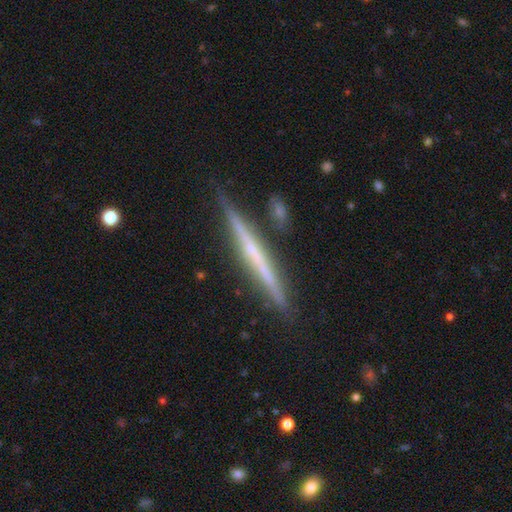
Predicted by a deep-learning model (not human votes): Smooth or featured? Predicted: featured or disk (p=0.70). Edge-on disk? Predicted: yes (p=0.97). Edge-on bulge? Predicted: none (p=0.70). Merging? Predicted: none (p=0.86).